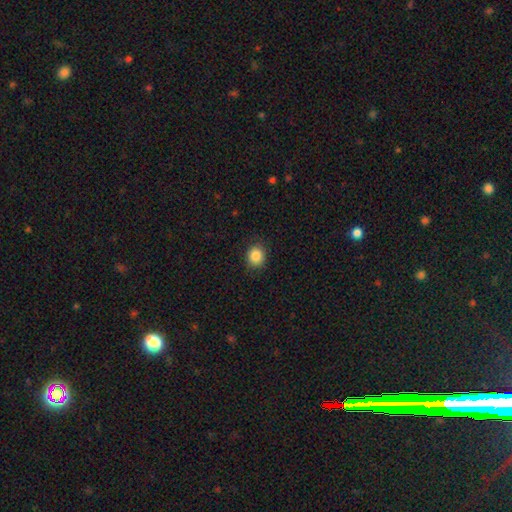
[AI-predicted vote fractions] This appears to be a smooth galaxy with no disk features (86%) that is round (75%). Merging: none (88%).